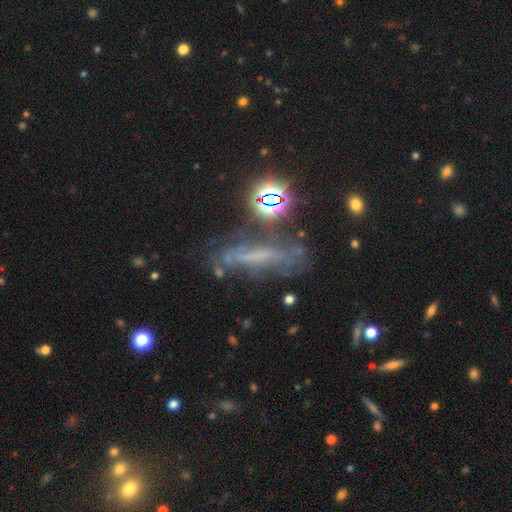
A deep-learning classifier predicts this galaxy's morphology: smooth-or-featured: featured or disk: 44% | smooth: 29% | star or artifact: 27%
  merging: none: 54% | minor disturbance: 22% | major disturbance: 16% | merger: 8%